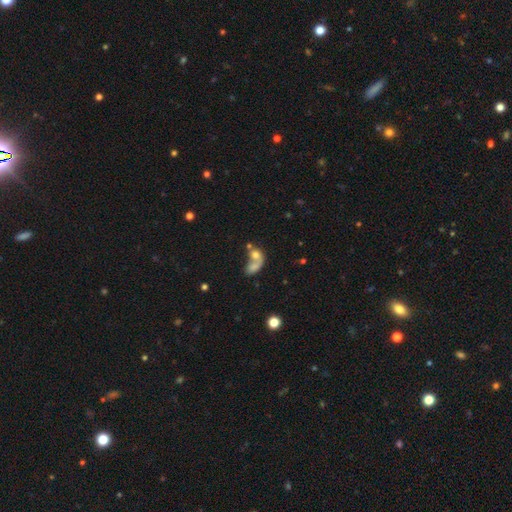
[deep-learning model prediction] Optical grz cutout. It shows a smooth galaxy with no disk features (61%) that is in between round and cigar-shaped (66%). Merging: merger (64%).